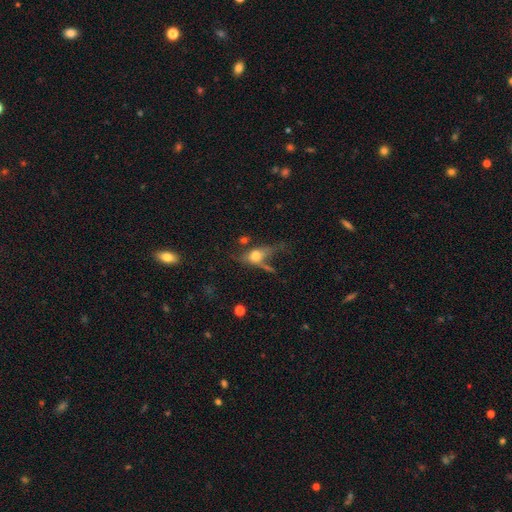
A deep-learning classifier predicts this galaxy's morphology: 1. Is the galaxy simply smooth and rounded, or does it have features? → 49% smooth, 39% featured or disk, 12% star or artifact.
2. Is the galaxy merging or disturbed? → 35% none, 30% major disturbance, 20% minor disturbance, 16% merger.